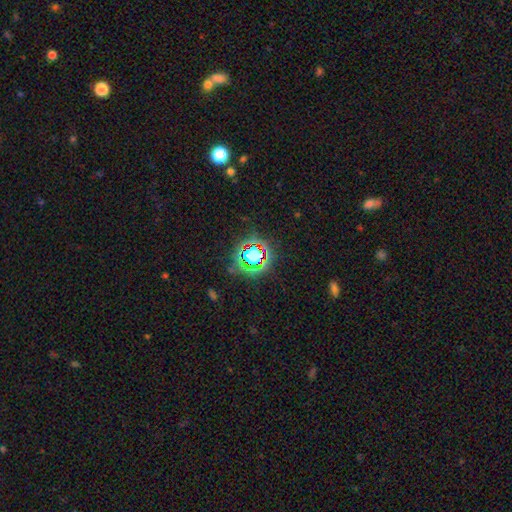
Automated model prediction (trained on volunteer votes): Smooth or featured? Predicted: star or artifact (p=0.74).